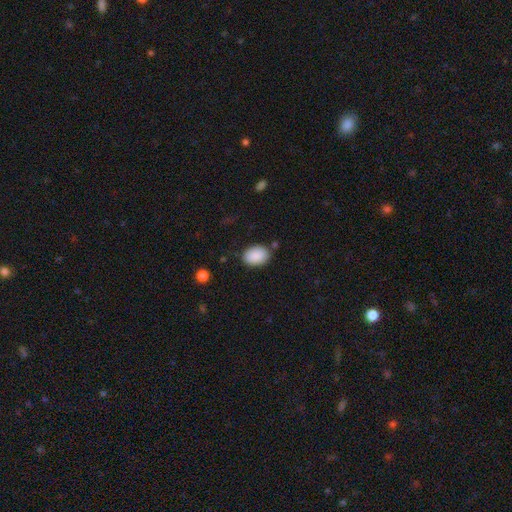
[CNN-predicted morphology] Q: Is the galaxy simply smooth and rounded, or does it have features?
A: smooth — 90%.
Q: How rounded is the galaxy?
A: in between — 84%.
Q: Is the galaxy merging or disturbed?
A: none — 83%.